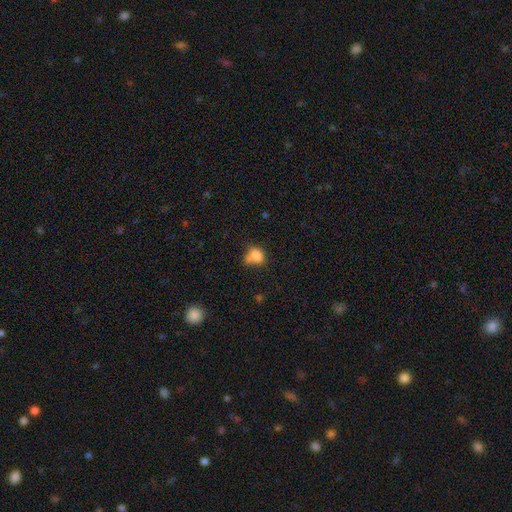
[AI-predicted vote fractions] A smooth galaxy with no disk features (80%) that is in between round and cigar-shaped (52%). Merging: none (39%).